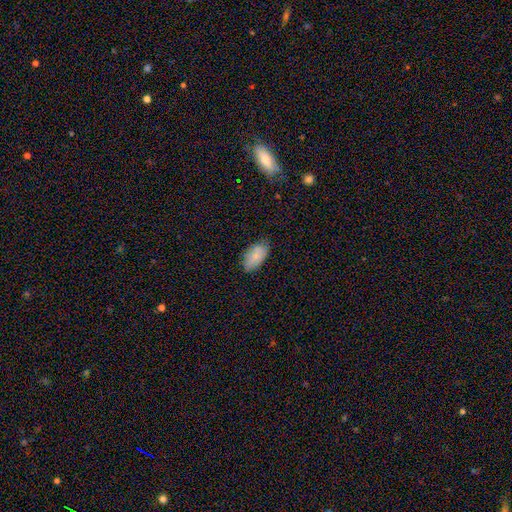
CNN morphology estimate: type=smooth (82%); roundness=in between (94%); merging=none (76%).